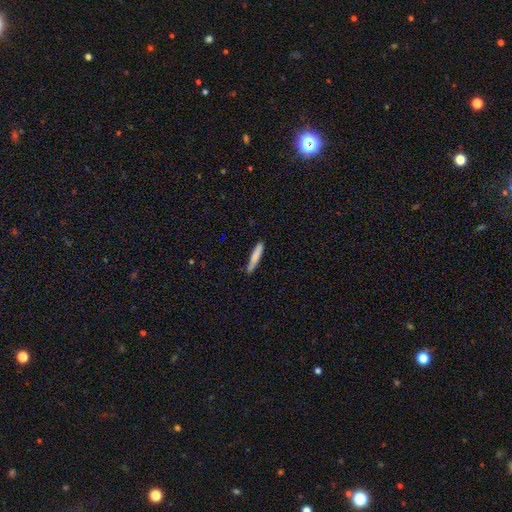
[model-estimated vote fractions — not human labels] Q: Smooth or featured?
A: smooth (80%); runner-up: featured or disk (14%)
Q: How rounded?
A: cigar-shaped (92%); runner-up: in between (6%)
Q: Merging?
A: none (79%); runner-up: minor disturbance (16%)